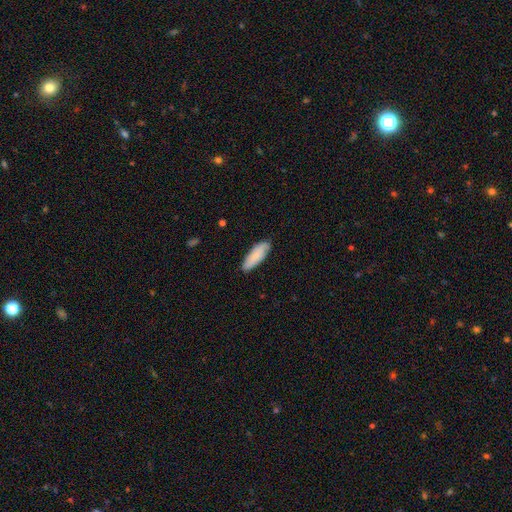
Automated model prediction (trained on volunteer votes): smooth 81%, featured or disk 13%, star or artifact 6%. Down the decision tree: how rounded — in between (63%); merging — none (82%).